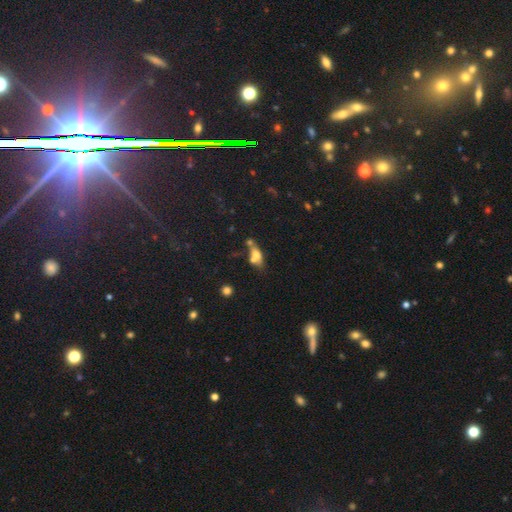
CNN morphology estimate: A smooth galaxy with no disk features (53%) that is in between round and cigar-shaped (68%). Merging: none (37%).